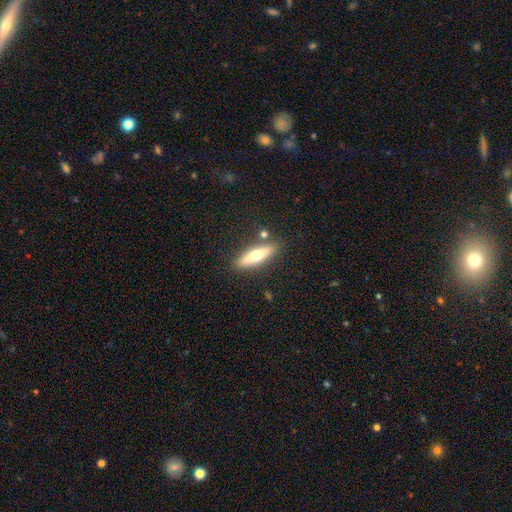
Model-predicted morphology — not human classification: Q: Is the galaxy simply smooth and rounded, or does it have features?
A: smooth — 53%.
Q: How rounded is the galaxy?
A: cigar-shaped — 72%.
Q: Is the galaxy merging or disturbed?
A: none — 84%.